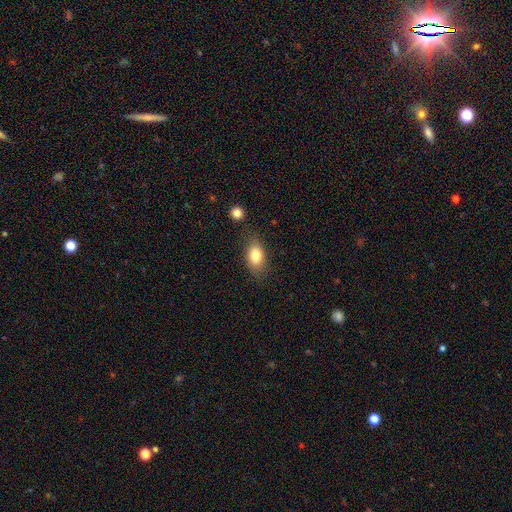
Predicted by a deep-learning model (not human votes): A smooth galaxy with no disk features (80%) that is in between round and cigar-shaped (85%). Merging: none (78%).